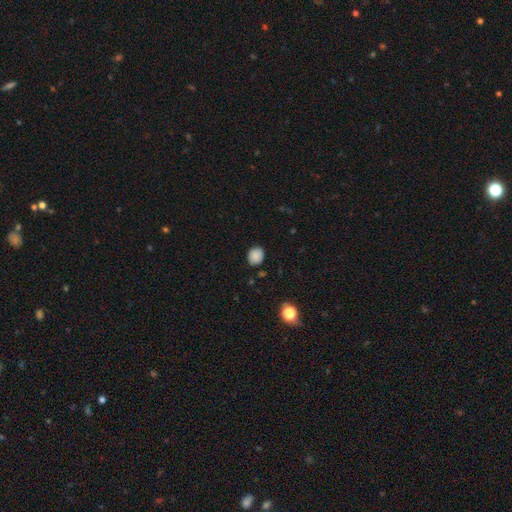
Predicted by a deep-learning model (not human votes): This is clearly a smooth galaxy (86%). How rounded: likely round (72%). Merging: clearly none (83%).